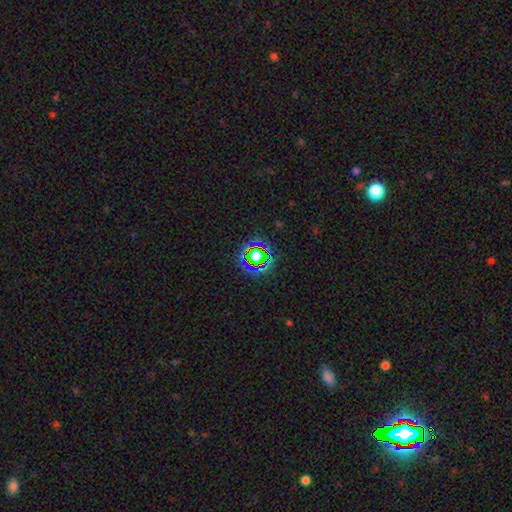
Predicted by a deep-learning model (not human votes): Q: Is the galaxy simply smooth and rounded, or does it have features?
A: star or artifact — 62%.